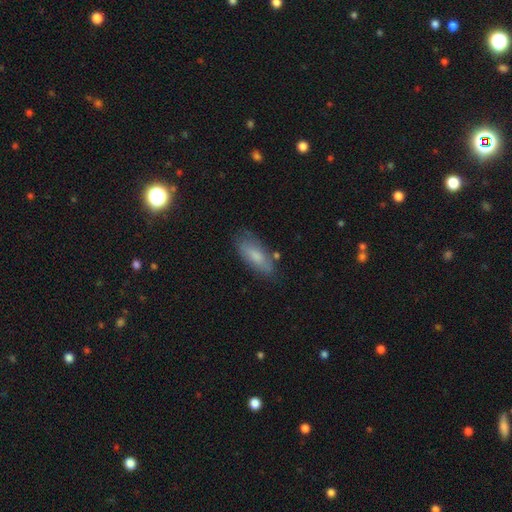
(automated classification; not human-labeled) A smooth galaxy with no disk features (72%) that is in between round and cigar-shaped (71%).

Vote fractions:
- Smooth or featured? smooth: 72% / featured or disk: 21% / star or artifact: 7%
- How rounded? in between: 71% / cigar-shaped: 27% / round: 2%
- Merging? none: 72% / minor disturbance: 20% / major disturbance: 5% / merger: 3%